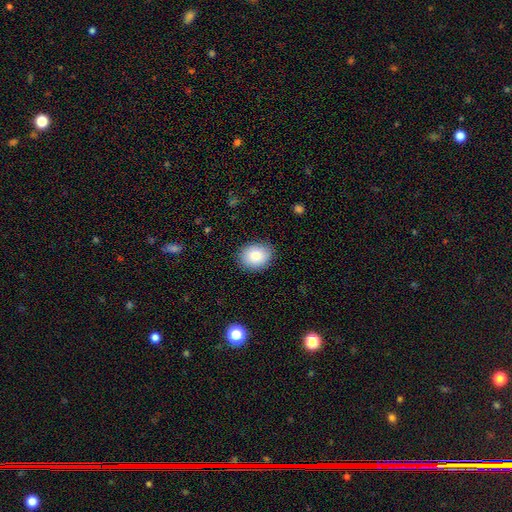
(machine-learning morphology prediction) smooth 80%, featured or disk 11%, star or artifact 8%. Down the decision tree: how rounded — round (54%); merging — none (87%).